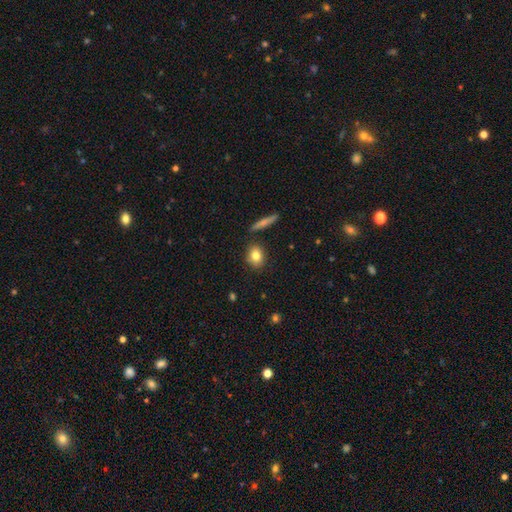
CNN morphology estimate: Smooth or featured: smooth — 80% (featured or disk — 11%)
How rounded: round — 53% (in between — 44%)
Merging: none — 82% (minor disturbance — 11%)